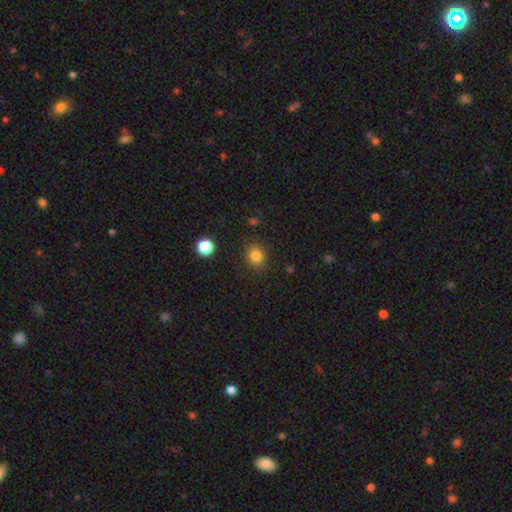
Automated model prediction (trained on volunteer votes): Overall: smooth (83%). How rounded: round (73%). Merging: none (87%).